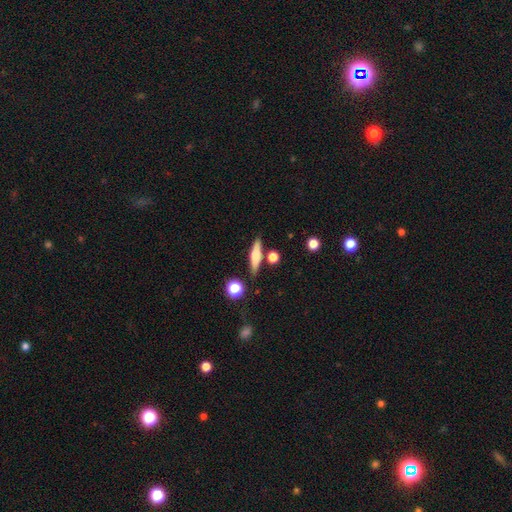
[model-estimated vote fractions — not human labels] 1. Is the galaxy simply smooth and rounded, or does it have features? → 51% smooth, 41% featured or disk, 8% star or artifact.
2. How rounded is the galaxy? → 70% cigar-shaped, 25% in between, 5% round.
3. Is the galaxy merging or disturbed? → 80% none, 10% minor disturbance, 7% merger, 3% major disturbance.